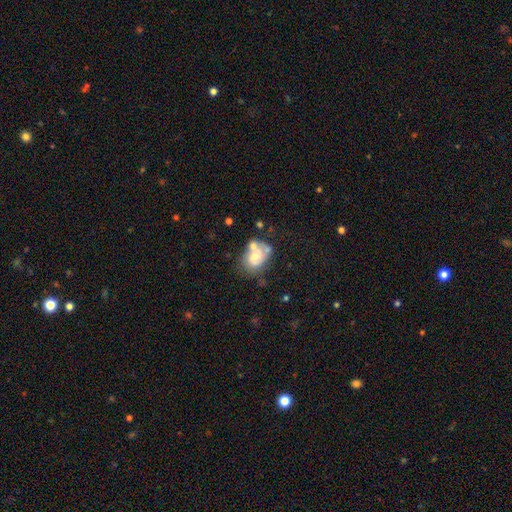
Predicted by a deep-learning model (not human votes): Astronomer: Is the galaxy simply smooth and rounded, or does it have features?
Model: smooth — 46% (runner-up: featured or disk, 45%).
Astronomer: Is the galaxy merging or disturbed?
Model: merger — 35% (runner-up: none, 29%).